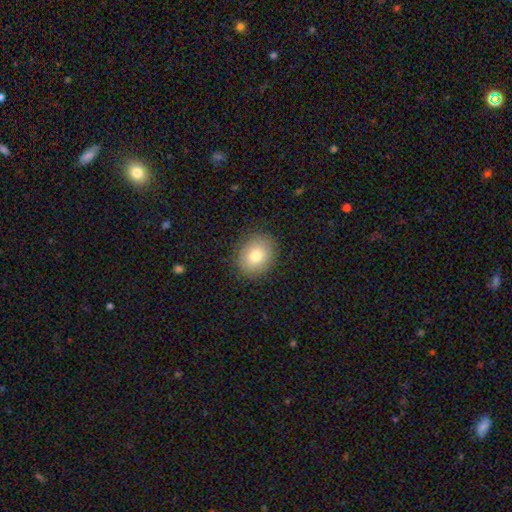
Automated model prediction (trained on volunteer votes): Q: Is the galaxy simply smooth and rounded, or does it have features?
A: smooth — 78%.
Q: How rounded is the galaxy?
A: round — 60%.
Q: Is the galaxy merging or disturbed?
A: none — 86%.